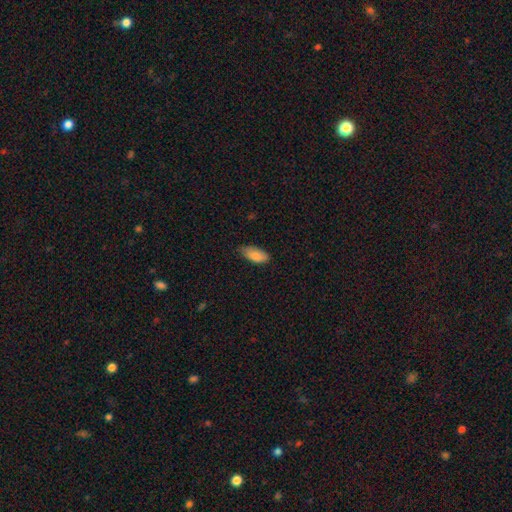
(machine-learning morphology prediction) Smooth or featured? Predicted: smooth (p=0.86). How rounded? Predicted: in between (p=0.90). Merging? Predicted: none (p=0.69).